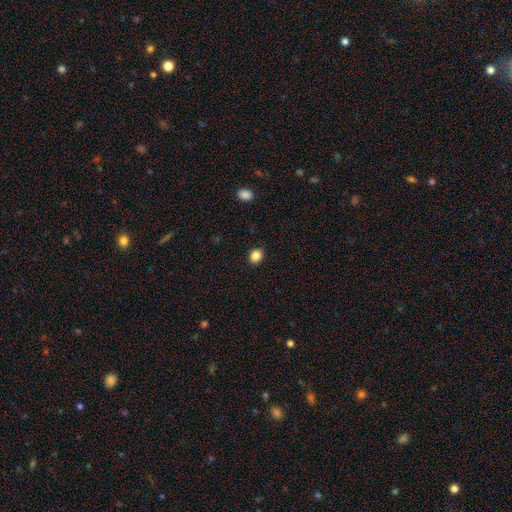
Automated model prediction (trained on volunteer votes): Smooth or featured?
  - smooth: 87% *
  - star or artifact: 10%
  - featured or disk: 3%
How rounded?
  - round: 61% *
  - in between: 38%
  - cigar-shaped: 1%
Merging?
  - none: 90% *
  - minor disturbance: 7%
  - major disturbance: 2%
  - merger: 1%